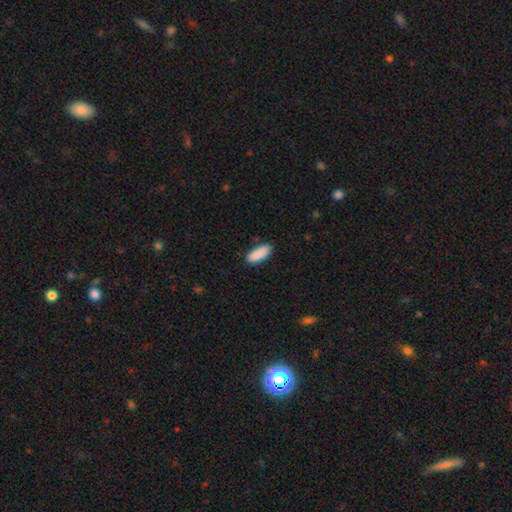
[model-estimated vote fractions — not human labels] This appears to be a smooth galaxy with no disk features (90%) that is in between round and cigar-shaped (75%). Merging: none (83%).